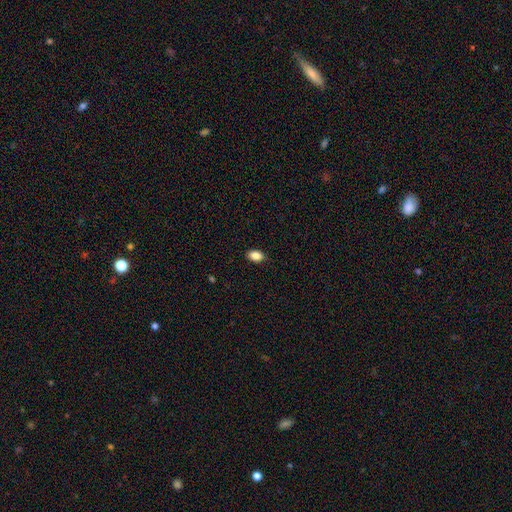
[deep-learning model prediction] smooth 87%, star or artifact 8%, featured or disk 5%. Down the decision tree: how rounded — in between (89%); merging — none (87%).